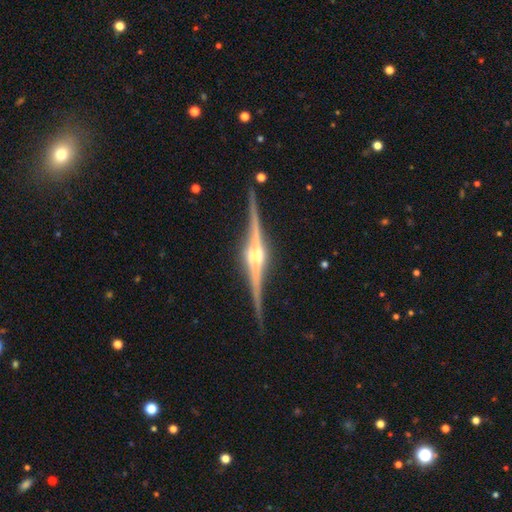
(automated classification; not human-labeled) A featured or disk galaxy (91%) viewed edge-on (98%) with a rounded central bulge (89%). Merging: none (88%).